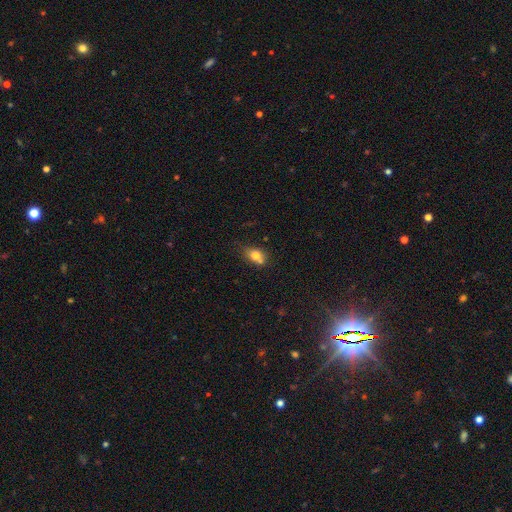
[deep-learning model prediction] A smooth galaxy with no disk features (74%) that is in between round and cigar-shaped (56%).

Vote fractions:
- Smooth or featured? smooth: 74% / featured or disk: 15% / star or artifact: 11%
- How rounded? in between: 56% / round: 41% / cigar-shaped: 3%
- Merging? none: 45% / merger: 26% / minor disturbance: 21% / major disturbance: 8%